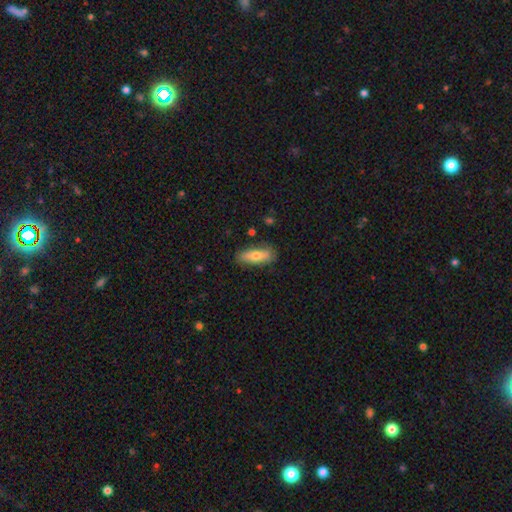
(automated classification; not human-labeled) Smooth or featured?
  - smooth: 70% *
  - featured or disk: 24%
  - star or artifact: 6%
How rounded?
  - in between: 70% *
  - cigar-shaped: 28%
  - round: 3%
Merging?
  - none: 76% *
  - minor disturbance: 18%
  - major disturbance: 4%
  - merger: 3%